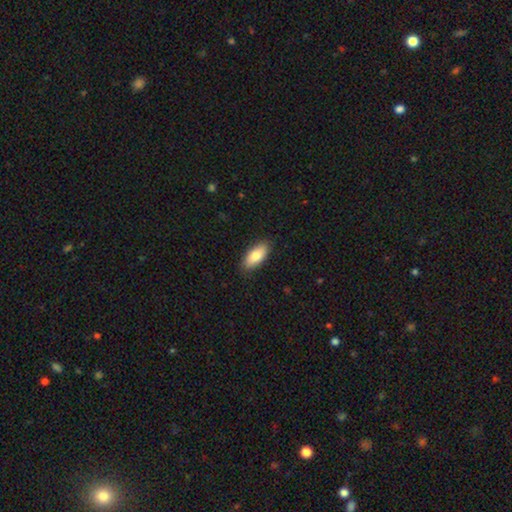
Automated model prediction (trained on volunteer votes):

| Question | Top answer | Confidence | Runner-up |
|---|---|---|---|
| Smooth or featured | smooth | 80% | featured or disk (13%) |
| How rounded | in between | 88% | cigar-shaped (10%) |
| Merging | none | 87% | minor disturbance (10%) |